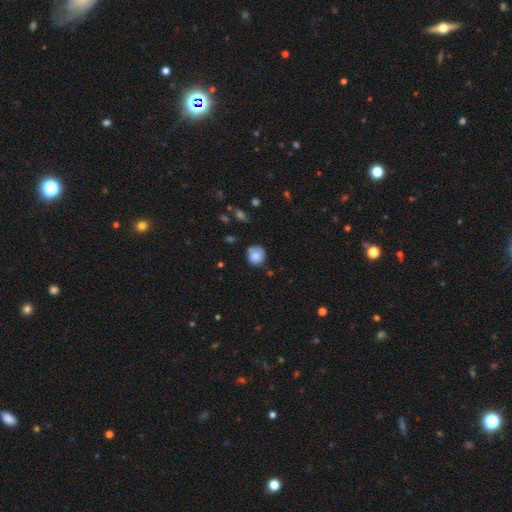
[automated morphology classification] Q: Smooth or featured?
A: smooth (83%); runner-up: featured or disk (9%)
Q: How rounded?
A: round (88%); runner-up: in between (11%)
Q: Merging?
A: none (72%); runner-up: minor disturbance (21%)